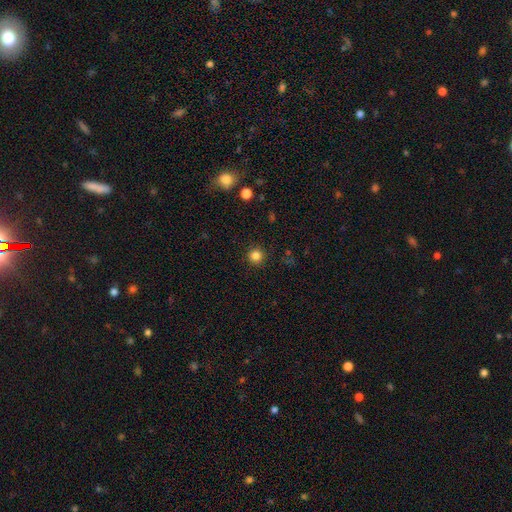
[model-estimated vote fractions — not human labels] smooth_or_featured: smooth (p=0.83) [alt: star or artifact p=0.13]
how_rounded: round (p=0.95) [alt: in between p=0.04]
merging: none (p=0.92) [alt: minor disturbance p=0.05]